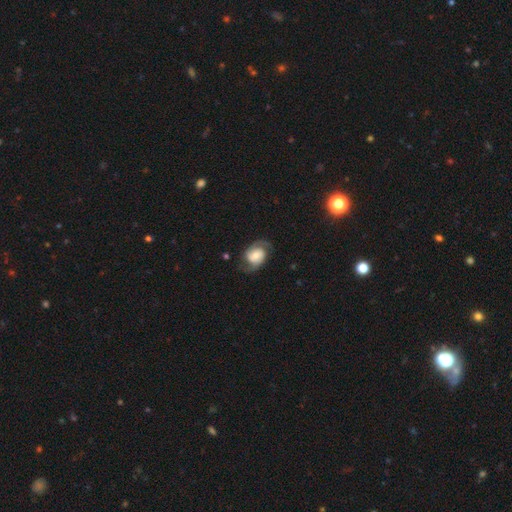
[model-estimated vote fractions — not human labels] Overall: featured or disk (72%). Edge-on disk: no (97%). Bar: no (56%; weak 33%). Spiral arms: yes (93%). Spiral arm count: 2 (89%). Spiral winding: medium (47%; loose 27%). Bulge size: moderate (40%; small 33%). Merging: none (70%).